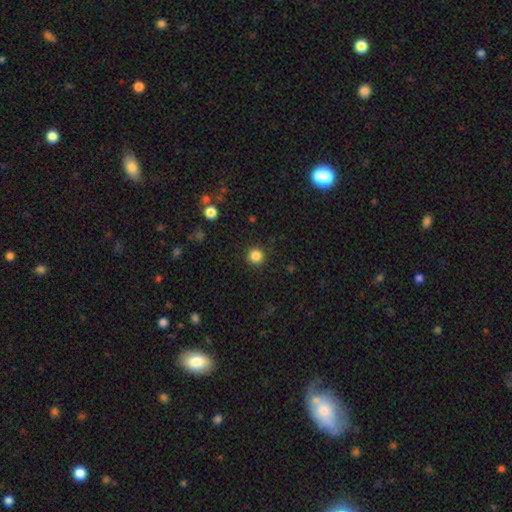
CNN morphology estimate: type=smooth (85%); roundness=round (95%); merging=none (91%).